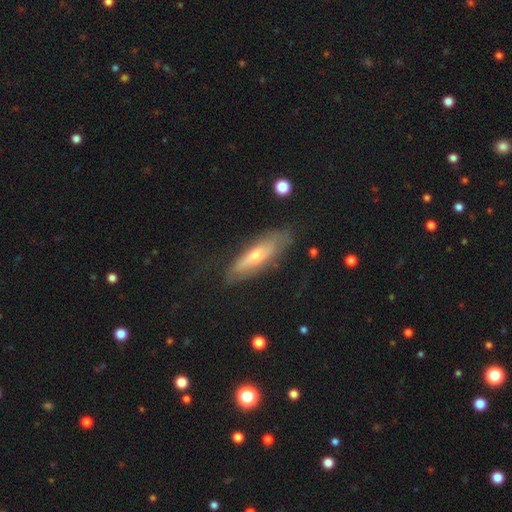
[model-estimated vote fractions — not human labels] A featured or disk galaxy (50%). Merging: none (75%).